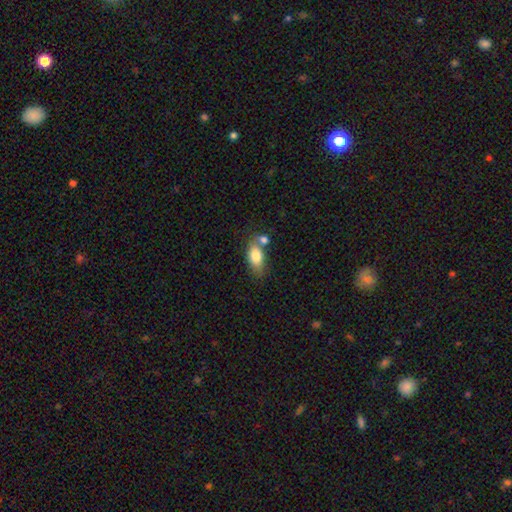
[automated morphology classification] The model was most divided on "merging": none: 49%, merger: 30%, minor disturbance: 16%, major disturbance: 5%. More confident: how rounded — in between (87%); smooth or featured — smooth (79%).